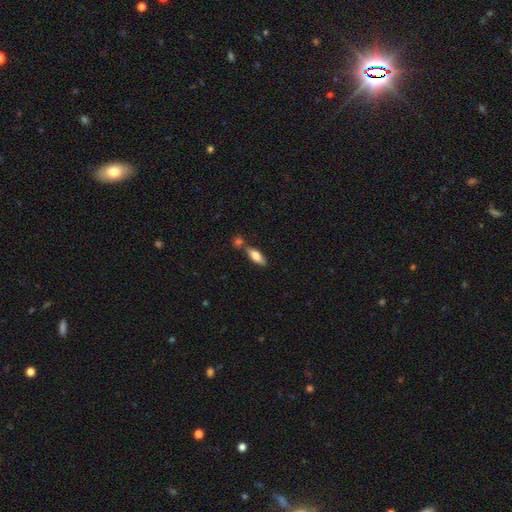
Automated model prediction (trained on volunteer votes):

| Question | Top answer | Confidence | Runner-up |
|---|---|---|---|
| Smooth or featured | smooth | 71% | featured or disk (23%) |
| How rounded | in between | 67% | cigar-shaped (31%) |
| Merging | none | 66% | merger (19%) |